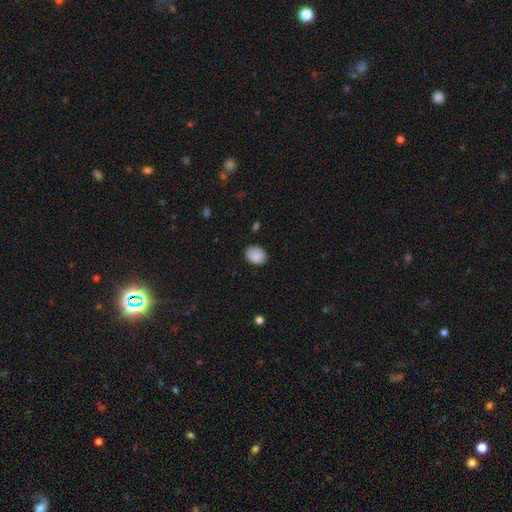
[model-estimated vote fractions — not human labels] Smooth or featured?
  - smooth: 88% *
  - star or artifact: 8%
  - featured or disk: 4%
How rounded?
  - in between: 58% *
  - round: 41%
  - cigar-shaped: 1%
Merging?
  - none: 81% *
  - minor disturbance: 15%
  - major disturbance: 3%
  - merger: 1%